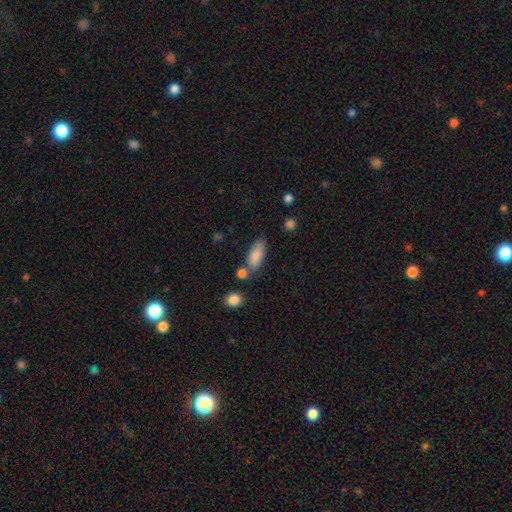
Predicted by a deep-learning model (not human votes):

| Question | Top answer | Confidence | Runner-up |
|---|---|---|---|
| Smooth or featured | smooth | 87% | star or artifact (7%) |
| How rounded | in between | 81% | cigar-shaped (17%) |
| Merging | none | 67% | minor disturbance (16%) |